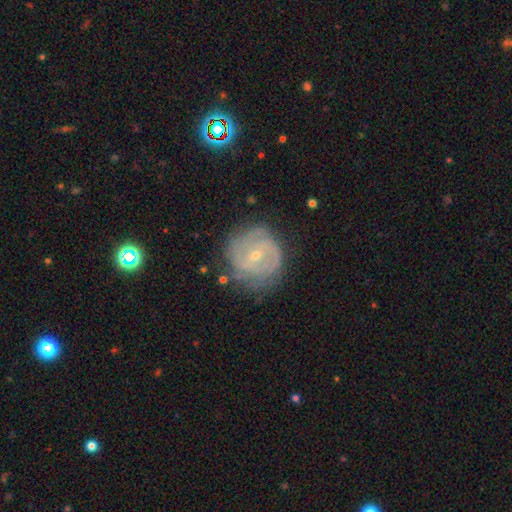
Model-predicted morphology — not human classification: Overall: featured or disk (80%). Edge-on disk: no (97%). Bar: weak (47%; no 39%). Spiral arms: yes (91%). Spiral arm count: 2 (38%; can't tell 31%). Spiral winding: tight (58%; medium 33%). Bulge size: small (70%). Merging: none (71%).